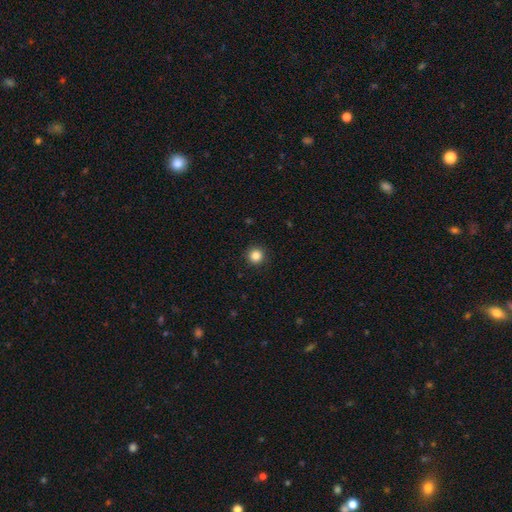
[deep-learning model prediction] smooth 85%, star or artifact 11%, featured or disk 4%. Down the decision tree: how rounded — round (96%); merging — none (93%).